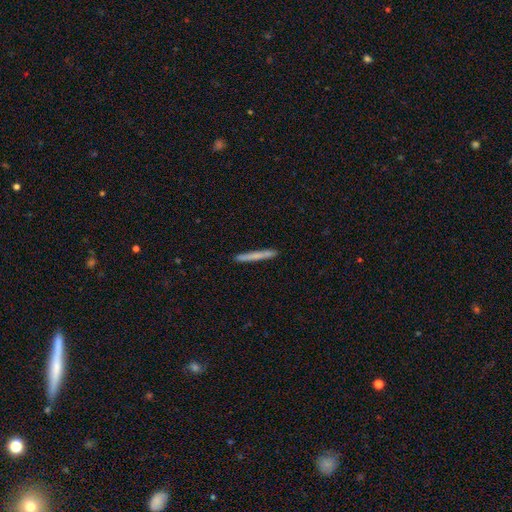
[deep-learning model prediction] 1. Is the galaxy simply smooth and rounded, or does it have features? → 69% smooth, 25% featured or disk, 6% star or artifact.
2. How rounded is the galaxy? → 97% cigar-shaped, 2% in between, 1% round.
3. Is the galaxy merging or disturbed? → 91% none, 6% minor disturbance, 1% major disturbance, 1% merger.